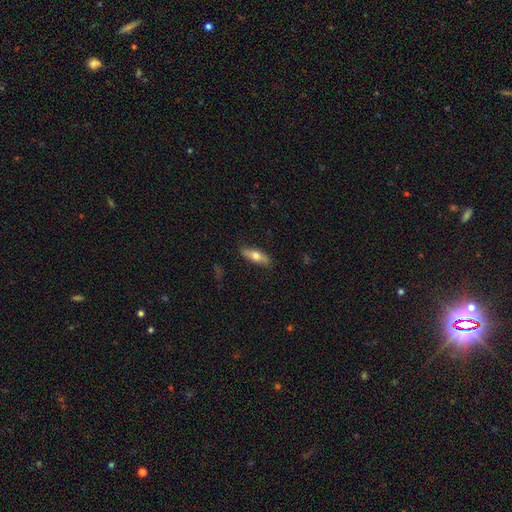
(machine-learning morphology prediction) Smooth or featured?
  - smooth: 64% *
  - featured or disk: 30%
  - star or artifact: 6%
How rounded?
  - in between: 55% *
  - cigar-shaped: 43%
  - round: 3%
Merging?
  - none: 82% *
  - minor disturbance: 14%
  - major disturbance: 3%
  - merger: 1%